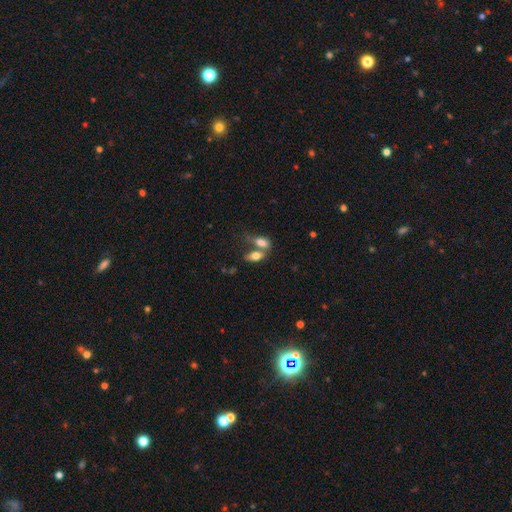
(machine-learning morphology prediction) The model was most divided on "merging": merger: 52%, none: 34%, minor disturbance: 9%, major disturbance: 5%. More confident: how rounded — in between (85%); smooth or featured — smooth (75%).